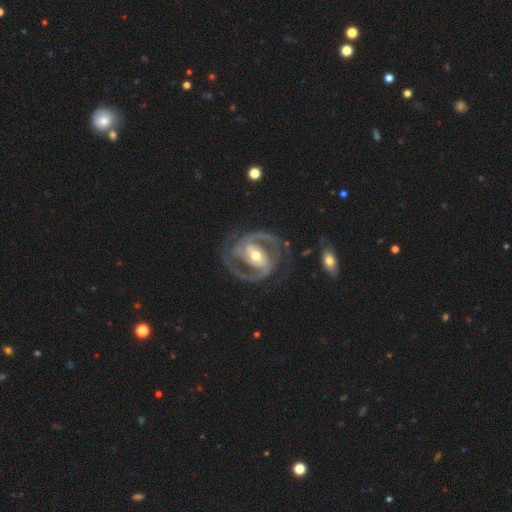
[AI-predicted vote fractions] Morphology: type=featured or disk (93%); edge-on=no (98%); bar=strong (45%); spiral arms=yes (97%); winding=medium (51%); arm count=2 (88%); bulge=moderate (71%); merging=none (76%).